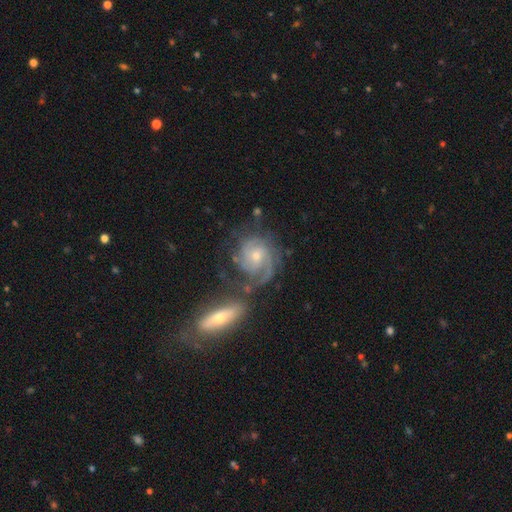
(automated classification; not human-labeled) The model was most divided on "spiral arm count": 2: 30%, 3: 27%, can't tell: 25%, 1: 7%, 4: 7%, more than 4: 5%. More confident: spiral arms — yes (96%); edge-on disk — no (96%); smooth or featured — featured or disk (86%); bar — no (65%); spiral winding — tight (59%); bulge size — small (59%); merging — none (52%).